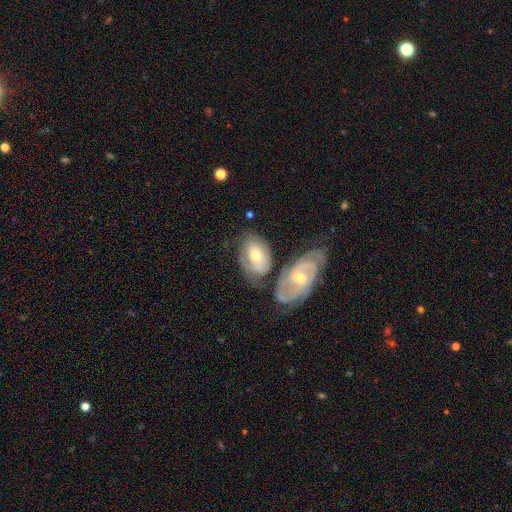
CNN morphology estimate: This is possibly a featured or disk galaxy (55%). It is clearly not viewed edge-on (93%). Bar: likely no (64%). Spiral arm pattern: likely yes (76%). Central bulge: possibly moderate (52%). Merging: marginally none (36%).